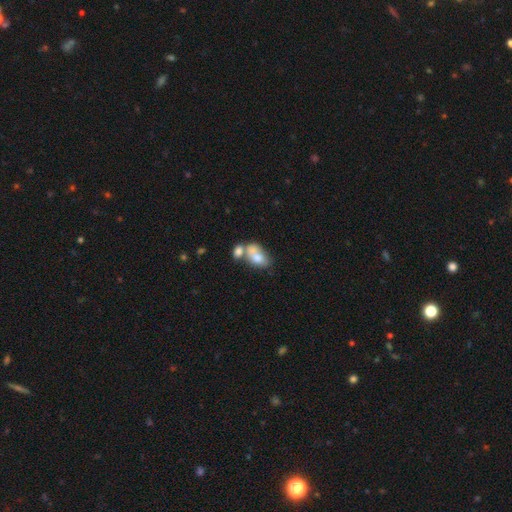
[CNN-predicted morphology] Smooth or featured: smooth — 73% (featured or disk — 20%)
How rounded: in between — 87% (round — 11%)
Merging: merger — 58% (none — 21%)